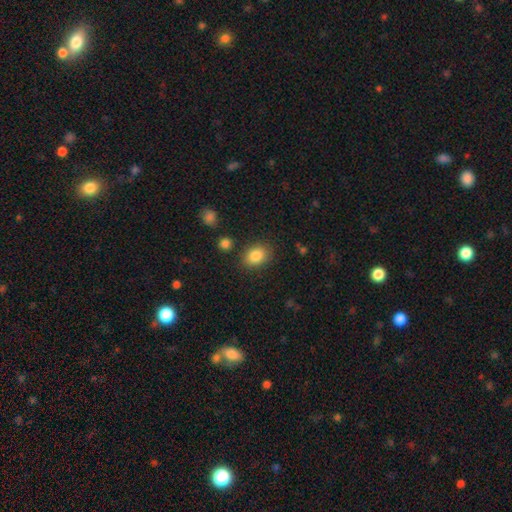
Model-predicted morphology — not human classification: This is clearly a smooth galaxy (86%). How rounded: likely in between (66%). Merging: clearly none (82%).